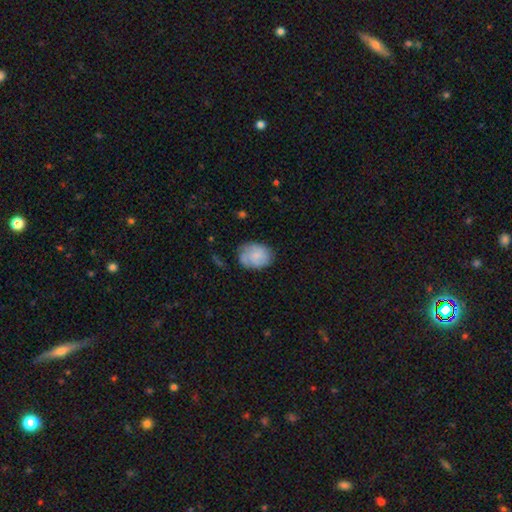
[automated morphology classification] A smooth galaxy with no disk features (64%) that is in between round and cigar-shaped (62%).

Vote fractions:
- Smooth or featured? smooth: 64% / featured or disk: 29% / star or artifact: 7%
- How rounded? in between: 62% / round: 37% / cigar-shaped: 1%
- Merging? none: 63% / minor disturbance: 26% / major disturbance: 8% / merger: 3%